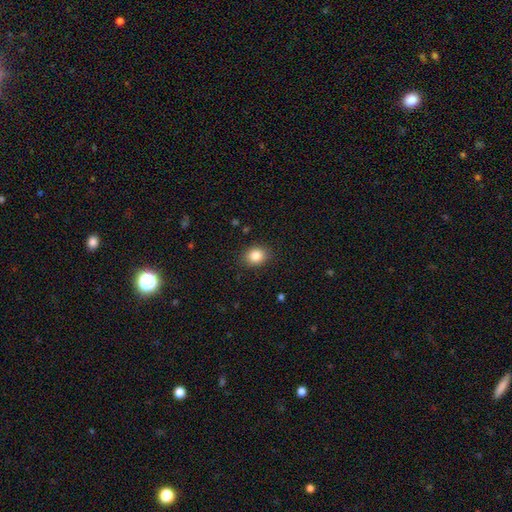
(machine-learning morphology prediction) Smooth or featured? smooth (85%)
How rounded? round (55%)
Merging? none (88%)